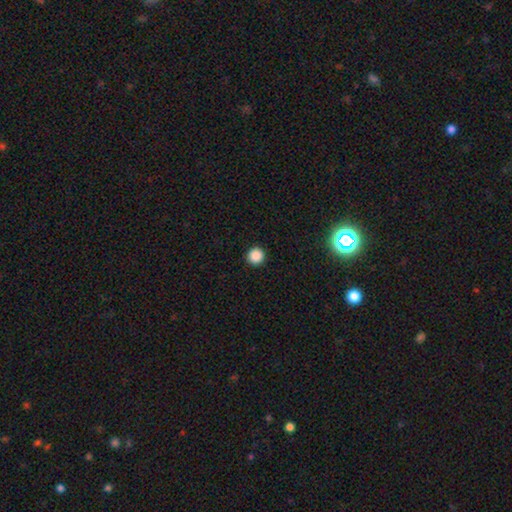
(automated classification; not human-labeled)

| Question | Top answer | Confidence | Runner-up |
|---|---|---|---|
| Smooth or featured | smooth | 87% | star or artifact (10%) |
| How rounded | round | 96% | in between (3%) |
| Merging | none | 93% | minor disturbance (4%) |